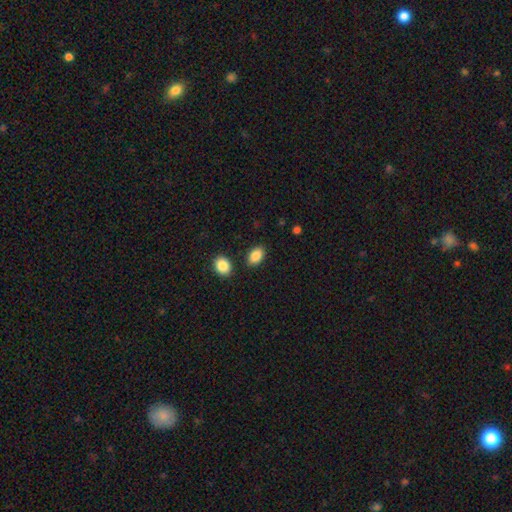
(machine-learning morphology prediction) This is clearly a smooth galaxy (88%). How rounded: clearly in between (88%). Merging: clearly none (84%).